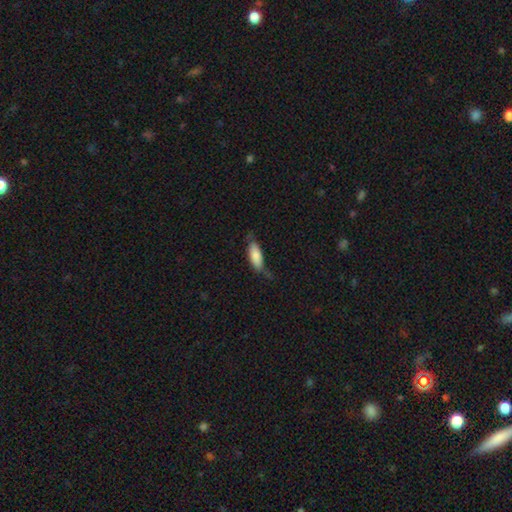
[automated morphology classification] A smooth galaxy with no disk features (79%) that is in between round and cigar-shaped (74%).

Vote fractions:
- Smooth or featured? smooth: 79% / featured or disk: 15% / star or artifact: 6%
- How rounded? in between: 74% / cigar-shaped: 24% / round: 2%
- Merging? none: 56% / minor disturbance: 31% / major disturbance: 10% / merger: 2%